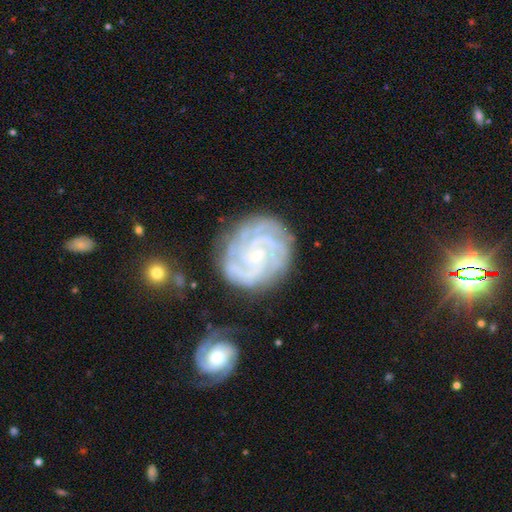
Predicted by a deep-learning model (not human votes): The model was most divided on "spiral arm count": 4: 34%, 3: 25%, can't tell: 15%, 2: 11%, more than 4: 9%, 1: 6%. More confident: spiral arms — yes (98%); edge-on disk — no (98%); smooth or featured — featured or disk (88%); bulge size — small (81%); spiral winding — tight (78%); merging — none (77%); bar — no (67%).